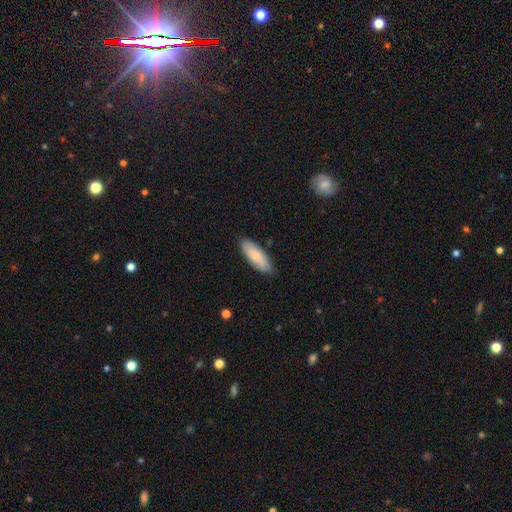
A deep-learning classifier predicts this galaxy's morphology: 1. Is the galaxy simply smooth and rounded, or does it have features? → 80% smooth, 14% featured or disk, 5% star or artifact.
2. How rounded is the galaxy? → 68% in between, 31% cigar-shaped, 2% round.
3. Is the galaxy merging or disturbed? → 85% none, 12% minor disturbance, 2% major disturbance, 1% merger.